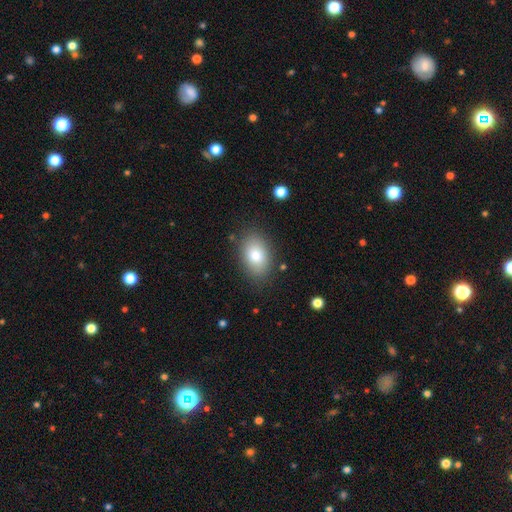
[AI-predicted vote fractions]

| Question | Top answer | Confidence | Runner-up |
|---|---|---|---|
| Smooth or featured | smooth | 81% | featured or disk (12%) |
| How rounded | in between | 89% | round (10%) |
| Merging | none | 83% | minor disturbance (12%) |